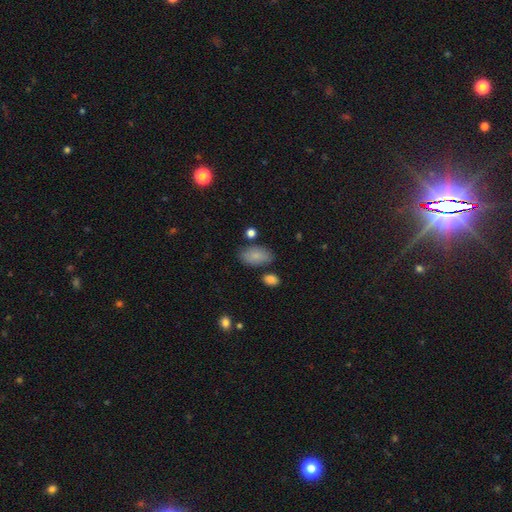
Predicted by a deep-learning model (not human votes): Smooth or featured? Predicted: smooth (p=0.84). How rounded? Predicted: in between (p=0.94). Merging? Predicted: none (p=0.75).